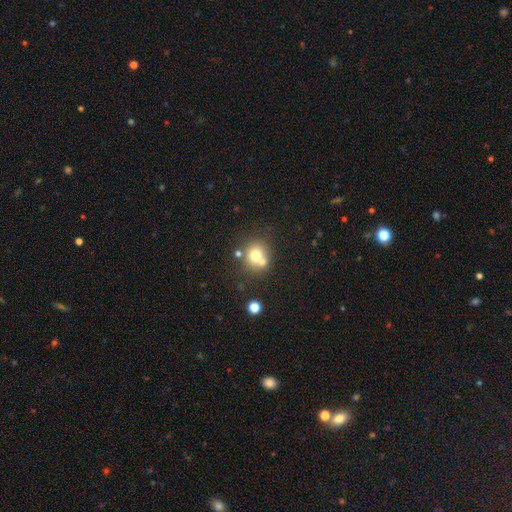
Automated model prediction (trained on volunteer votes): Morphology: type=smooth (70%); roundness=round (83%); merging=none (52%).